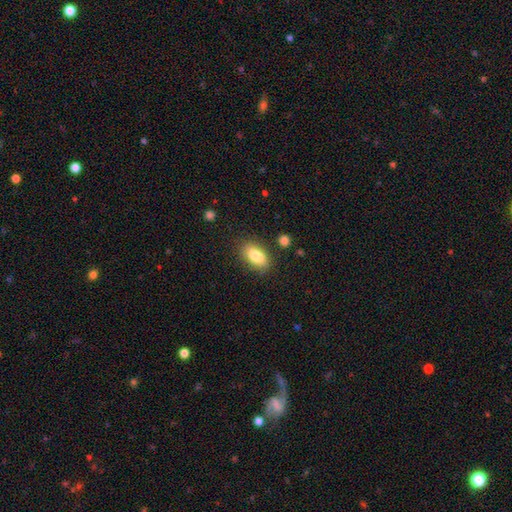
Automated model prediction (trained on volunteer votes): This appears to be a smooth galaxy with no disk features (83%) that is in between round and cigar-shaped (89%). Merging: none (79%).